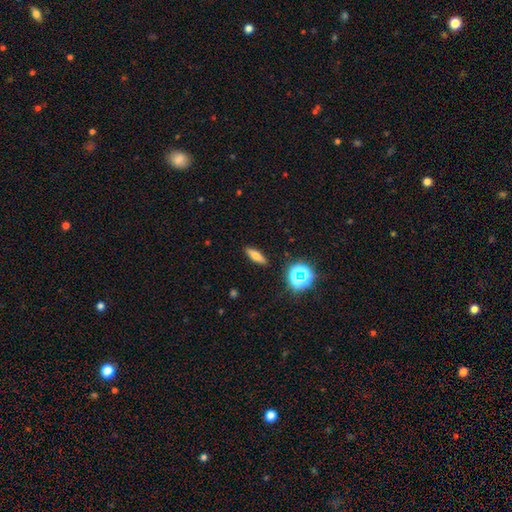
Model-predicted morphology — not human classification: Overall: smooth (65%). How rounded: cigar-shaped (51%; in between 43%). Merging: none (89%).